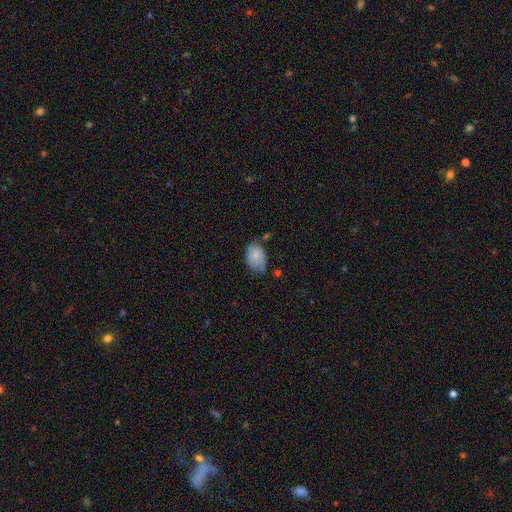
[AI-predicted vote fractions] Morphology: type=smooth (74%); roundness=in between (78%); merging=none (44%).